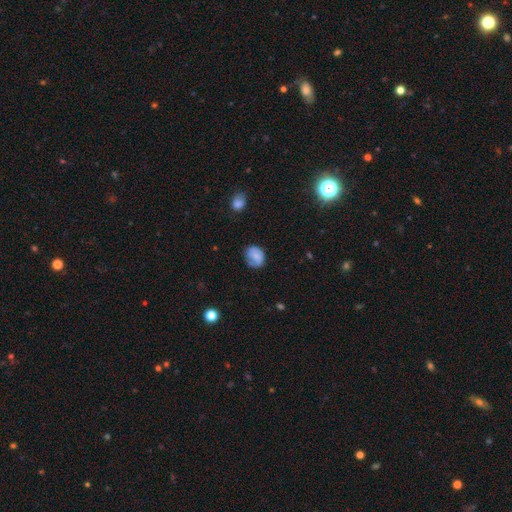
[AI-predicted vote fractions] smooth-or-featured: smooth: 66% | featured or disk: 24% | star or artifact: 10%
  how-rounded: in between: 52% | round: 47% | cigar-shaped: 1%
  merging: none: 57% | minor disturbance: 29% | major disturbance: 10% | merger: 4%